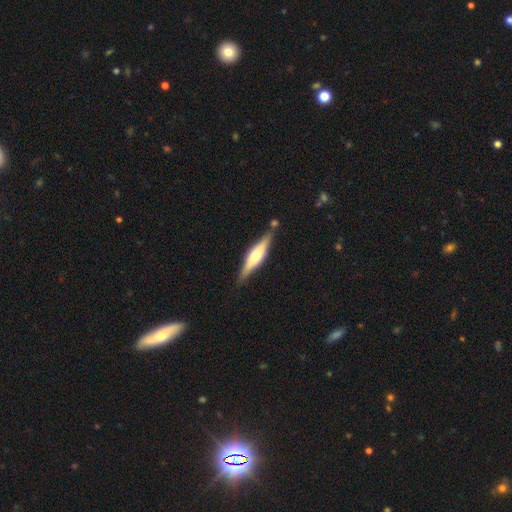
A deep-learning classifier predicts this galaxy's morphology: Smooth or featured?
  - featured or disk: 63% *
  - smooth: 31%
  - star or artifact: 5%
Edge-on disk?
  - yes: 95% *
  - no: 5%
Edge-on bulge?
  - rounded: 83% *
  - boxy: 14%
  - none: 4%
Merging?
  - none: 79% *
  - minor disturbance: 13%
  - merger: 5%
  - major disturbance: 3%